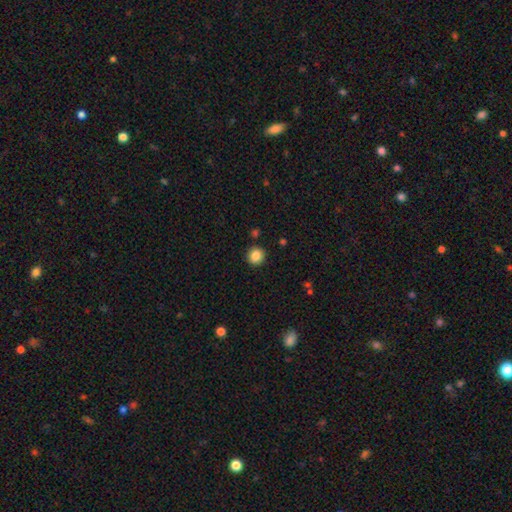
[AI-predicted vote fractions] smooth-or-featured: smooth: 86% | star or artifact: 10% | featured or disk: 4%
  how-rounded: round: 92% | in between: 7% | cigar-shaped: 1%
  merging: none: 91% | minor disturbance: 6% | merger: 2% | major disturbance: 2%